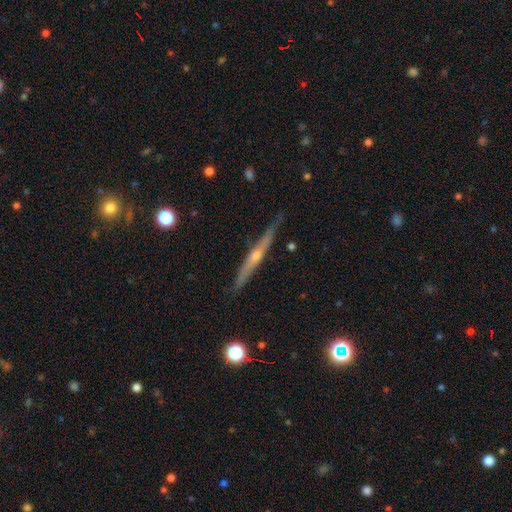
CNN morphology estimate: Q: Smooth or featured?
A: featured or disk (78%); runner-up: smooth (15%)
Q: Edge-on disk?
A: yes (97%); runner-up: no (3%)
Q: Edge-on bulge?
A: rounded (82%); runner-up: none (15%)
Q: Merging?
A: none (89%); runner-up: minor disturbance (8%)